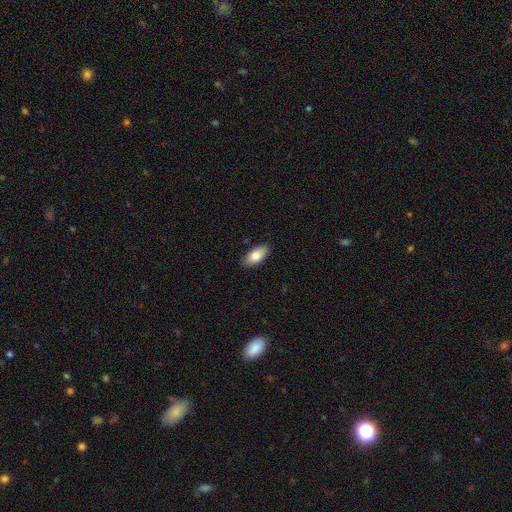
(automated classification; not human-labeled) This is clearly a smooth galaxy (82%). How rounded: clearly in between (89%). Merging: clearly none (87%).